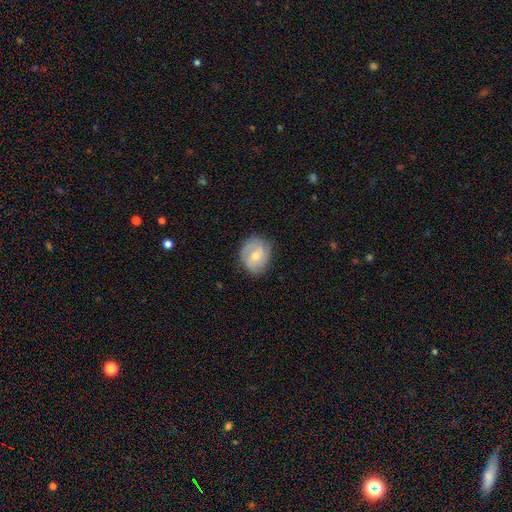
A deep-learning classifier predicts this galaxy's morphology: Smooth or featured?
  - featured or disk: 54% *
  - smooth: 40%
  - star or artifact: 7%
Edge-on disk?
  - no: 97% *
  - yes: 3%
Bar?
  - no: 55% *
  - weak: 38%
  - strong: 6%
Spiral arms?
  - yes: 86% *
  - no: 14%
Bulge size?
  - moderate: 51% *
  - small: 45%
  - large: 2%
  - none: 2%
  - dominant: 1%
Merging?
  - none: 77% *
  - minor disturbance: 17%
  - major disturbance: 5%
  - merger: 1%